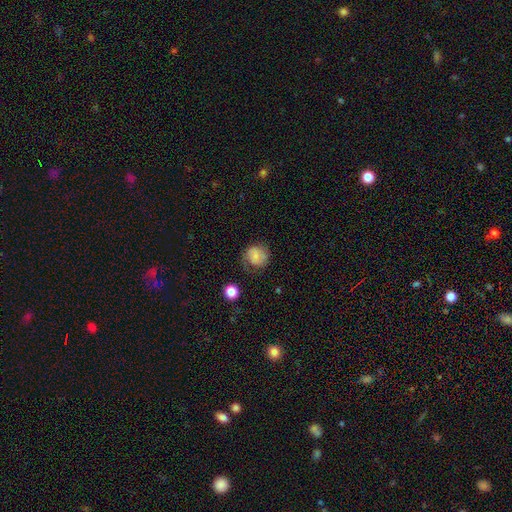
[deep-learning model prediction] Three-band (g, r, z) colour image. It shows a smooth galaxy with no disk features (71%) that is round (80%). Merging: none (62%).